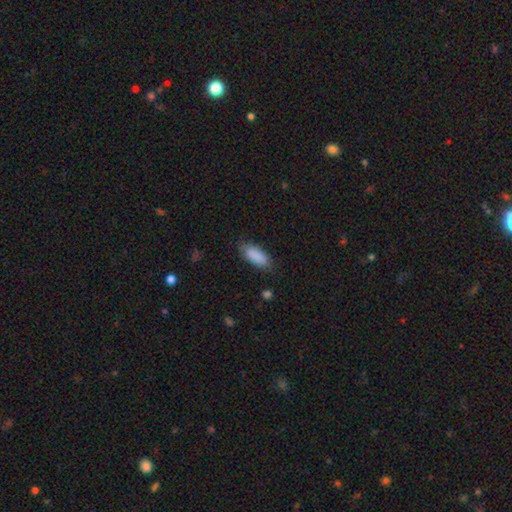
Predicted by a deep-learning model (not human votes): smooth-or-featured: smooth: 89% | star or artifact: 6% | featured or disk: 5%
  how-rounded: in between: 80% | cigar-shaped: 18% | round: 2%
  merging: none: 80% | minor disturbance: 15% | major disturbance: 3% | merger: 1%